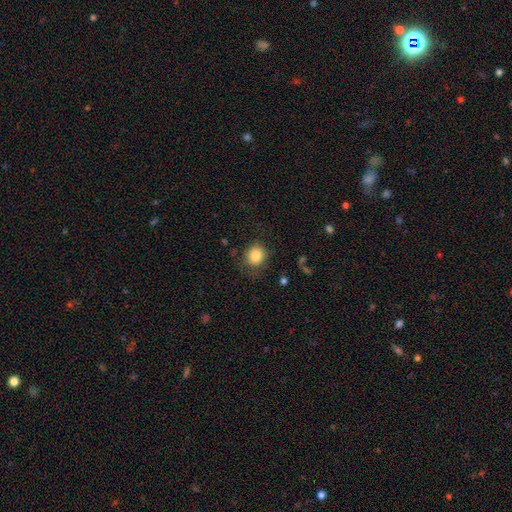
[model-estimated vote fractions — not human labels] smooth 84%, star or artifact 9%, featured or disk 7%. Down the decision tree: how rounded — round (70%); merging — none (72%).